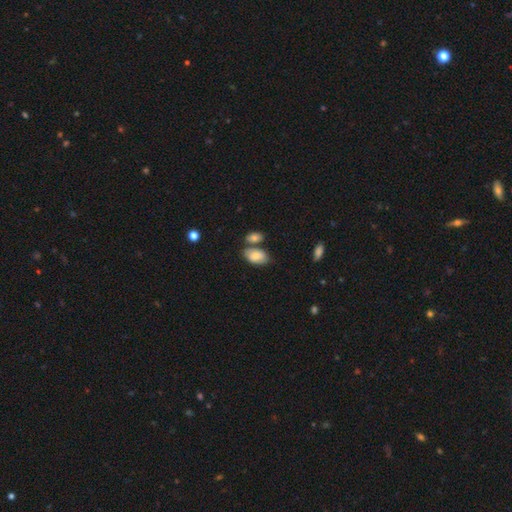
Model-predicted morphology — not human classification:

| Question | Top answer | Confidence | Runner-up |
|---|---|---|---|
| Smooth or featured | smooth | 78% | featured or disk (16%) |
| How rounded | in between | 92% | round (6%) |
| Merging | none | 56% | merger (24%) |